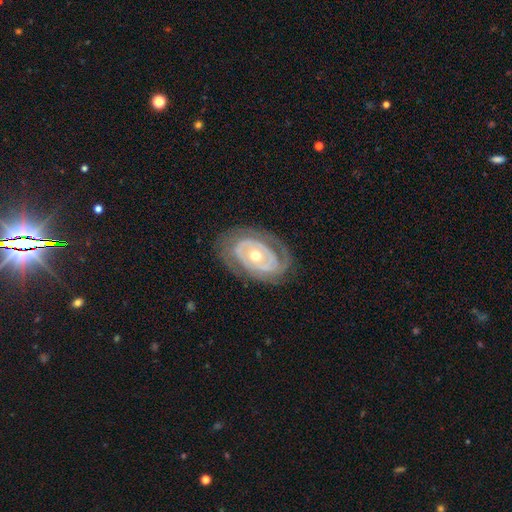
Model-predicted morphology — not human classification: A featured or disk galaxy (82%) with no bar (75%), 2 (43%) tight (70%) spiral arms (73%) and a moderate central bulge (64%).

Vote fractions:
- Smooth or featured? featured or disk: 82% / smooth: 13% / star or artifact: 5%
- Edge-on disk? no: 95% / yes: 5%
- Bar? no: 75% / weak: 17% / strong: 8%
- Spiral arms? yes: 73% / no: 27%
- Spiral winding? tight: 70% / medium: 22% / loose: 9%
- Spiral arm count? 2: 43% / can't tell: 33% / 3: 10% / 1: 8% / 4: 3% / more than 4: 3%
- Bulge size? moderate: 64% / small: 32% / large: 3% / dominant: 1% / none: 1%
- Merging? none: 73% / minor disturbance: 17% / major disturbance: 9% / merger: 1%